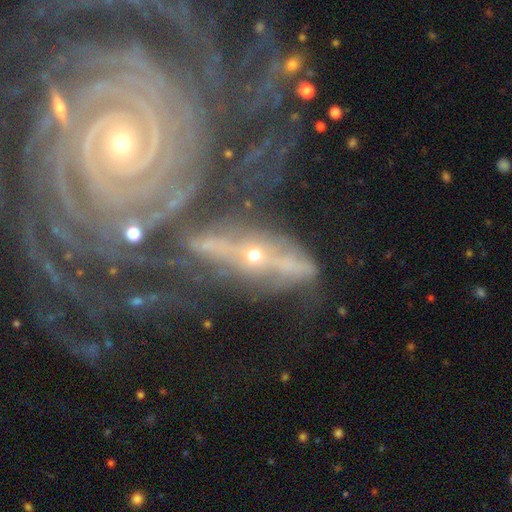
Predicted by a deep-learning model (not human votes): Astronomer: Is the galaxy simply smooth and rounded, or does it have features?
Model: featured or disk — 86%.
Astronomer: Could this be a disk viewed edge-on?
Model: no — 90%.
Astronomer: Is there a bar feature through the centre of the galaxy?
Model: no — 59%.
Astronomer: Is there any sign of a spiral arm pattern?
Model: yes — 95%.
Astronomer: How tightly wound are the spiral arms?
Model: tight — 81%.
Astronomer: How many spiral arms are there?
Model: can't tell — 25% (runner-up: 2, 24%).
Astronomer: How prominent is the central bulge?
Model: small — 66%.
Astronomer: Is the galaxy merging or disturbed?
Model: none — 42% (runner-up: merger, 29%).